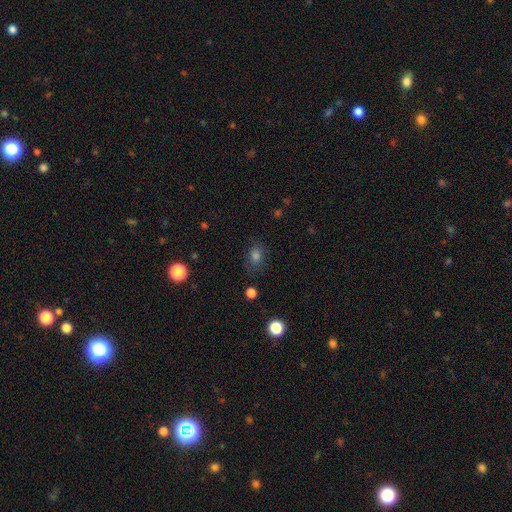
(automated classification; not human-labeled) smooth 76%, star or artifact 17%, featured or disk 7%. Down the decision tree: how rounded — in between (64%); merging — none (79%).